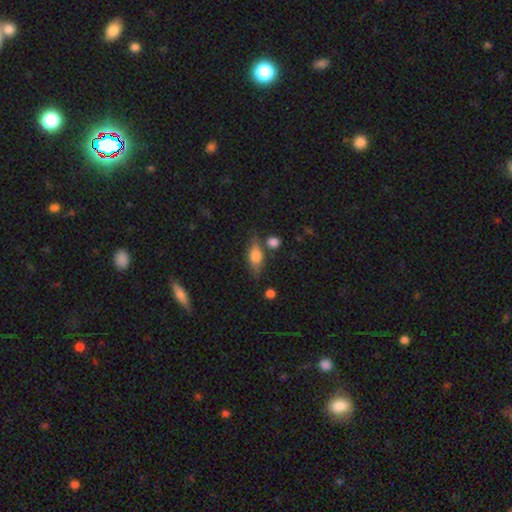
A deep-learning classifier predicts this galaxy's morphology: smooth-or-featured: smooth: 58% | featured or disk: 34% | star or artifact: 8%
  how-rounded: in between: 69% | cigar-shaped: 24% | round: 7%
  merging: none: 71% | minor disturbance: 16% | merger: 8% | major disturbance: 5%